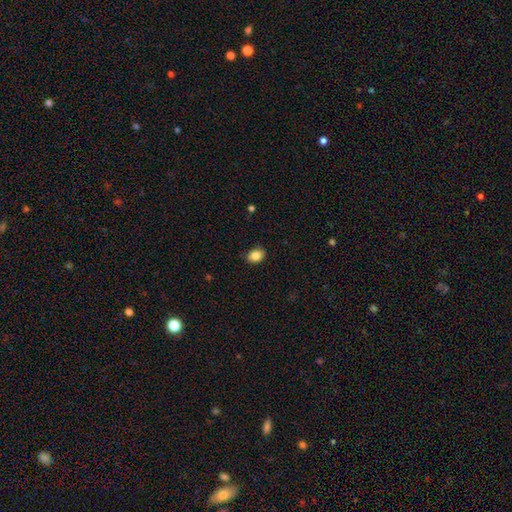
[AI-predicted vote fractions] A smooth galaxy with no disk features (85%) that is in between round and cigar-shaped (71%).

Vote fractions:
- Smooth or featured? smooth: 85% / star or artifact: 9% / featured or disk: 6%
- How rounded? in between: 71% / round: 28% / cigar-shaped: 1%
- Merging? none: 84% / minor disturbance: 12% / major disturbance: 2% / merger: 1%